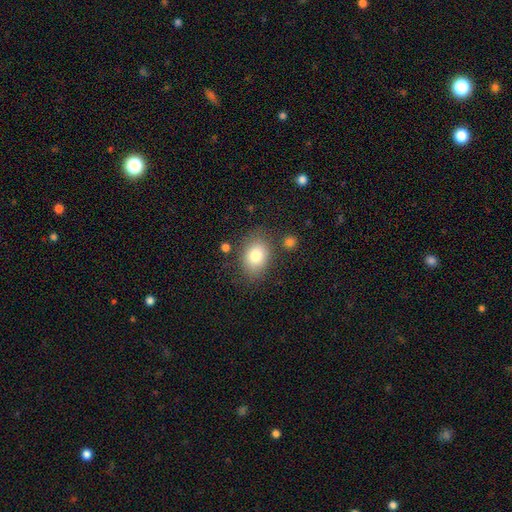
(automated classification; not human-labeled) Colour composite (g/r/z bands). It shows a smooth galaxy with no disk features (81%) that is in between round and cigar-shaped (70%). Merging: none (76%).